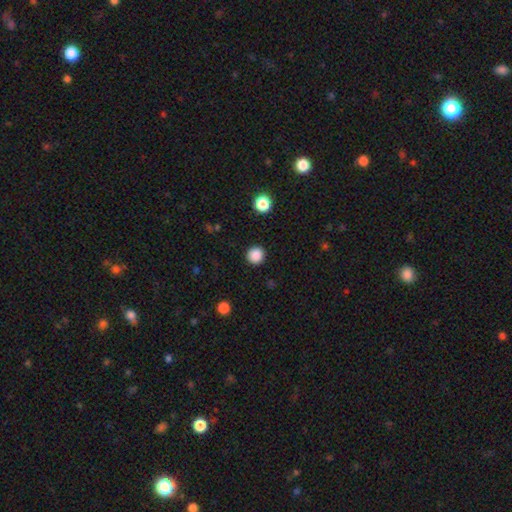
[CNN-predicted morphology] type=smooth (87%); roundness=round (95%); merging=none (92%).